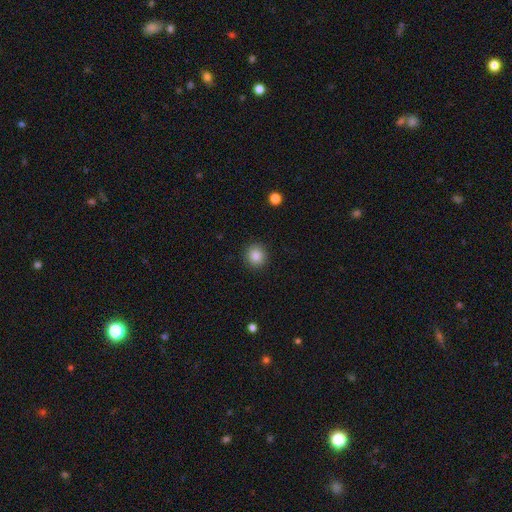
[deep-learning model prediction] Smooth or featured: smooth — 86% (star or artifact — 10%)
How rounded: round — 91% (in between — 8%)
Merging: none — 91% (minor disturbance — 5%)